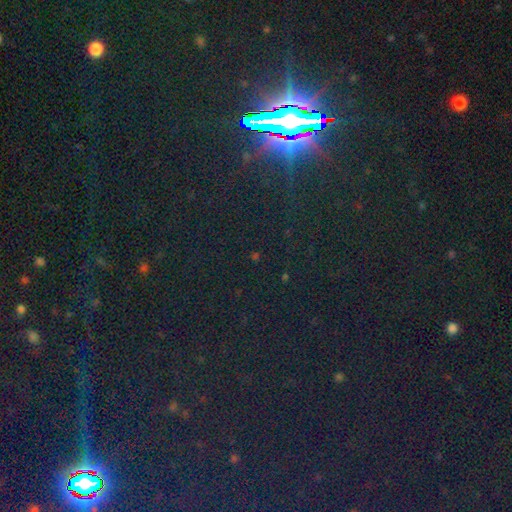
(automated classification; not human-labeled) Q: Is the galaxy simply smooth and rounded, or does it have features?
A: star or artifact — 82%.